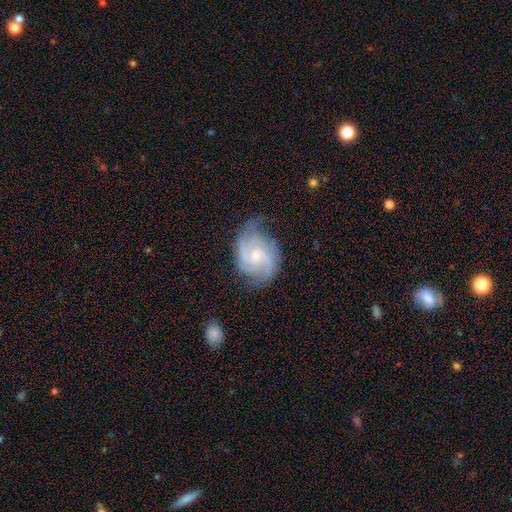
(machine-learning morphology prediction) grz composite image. It shows a featured or disk galaxy (87%) with no bar (57%), 2 (40%) medium (46%) spiral arms (97%) and a small central bulge (64%). Merging: none (67%).